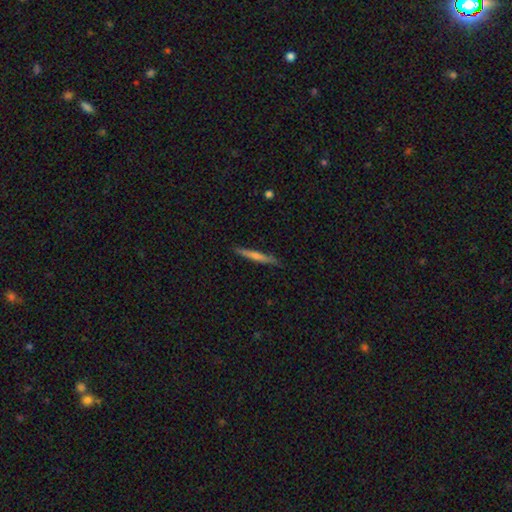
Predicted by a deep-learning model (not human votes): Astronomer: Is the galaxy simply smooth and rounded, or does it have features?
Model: featured or disk — 50% (runner-up: smooth, 43%).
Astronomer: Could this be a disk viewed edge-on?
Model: yes — 97%.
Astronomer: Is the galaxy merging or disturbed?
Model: none — 91%.